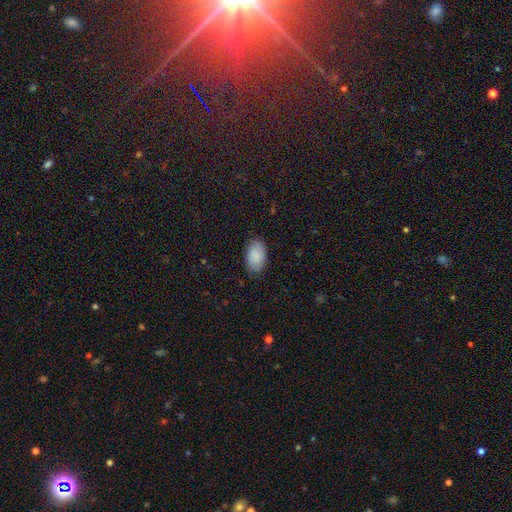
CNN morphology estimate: Smooth or featured: smooth — 84% (featured or disk — 9%)
How rounded: in between — 93% (round — 6%)
Merging: none — 82% (minor disturbance — 14%)